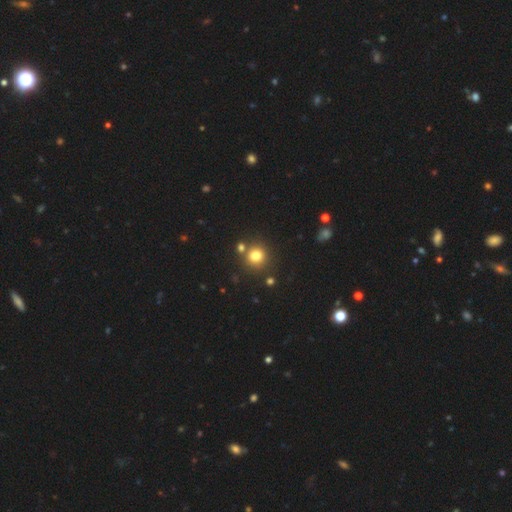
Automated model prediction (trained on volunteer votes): Smooth or featured: smooth — 79% (star or artifact — 14%)
How rounded: round — 90% (in between — 9%)
Merging: none — 76% (merger — 13%)